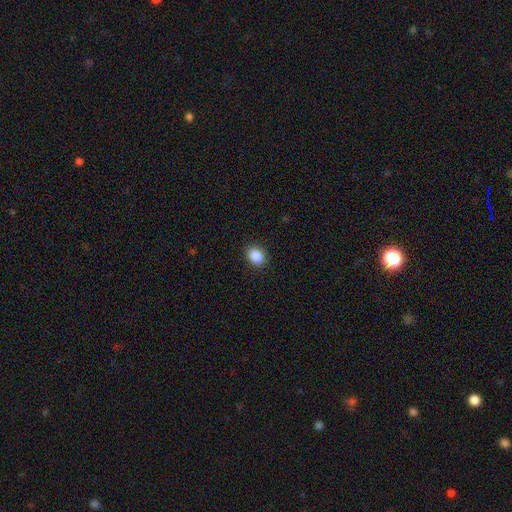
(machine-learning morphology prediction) A smooth galaxy with no disk features (89%) that is round (52%).

Vote fractions:
- Smooth or featured? smooth: 89% / star or artifact: 9% / featured or disk: 3%
- How rounded? round: 52% / in between: 47% / cigar-shaped: 1%
- Merging? none: 90% / minor disturbance: 7% / major disturbance: 2% / merger: 1%